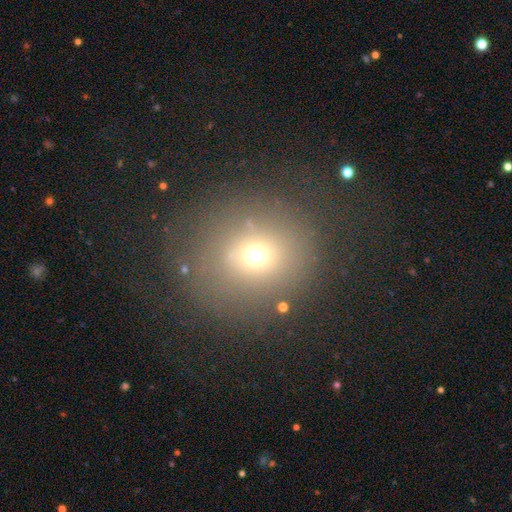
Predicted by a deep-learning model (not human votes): Morphology: type=smooth (65%); roundness=round (84%); merging=none (75%).